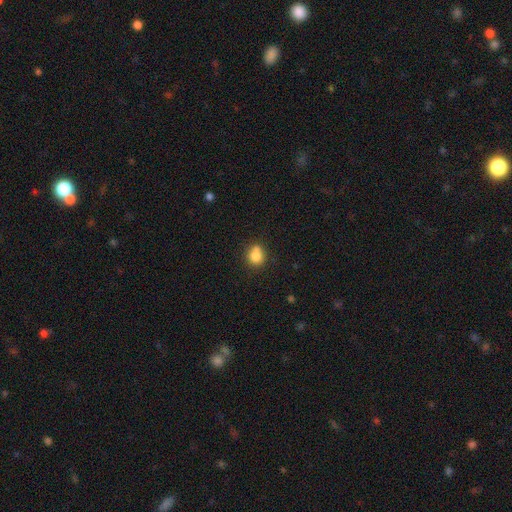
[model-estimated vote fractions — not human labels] This appears to be a smooth galaxy with no disk features (80%) that is round (78%). Merging: none (55%).